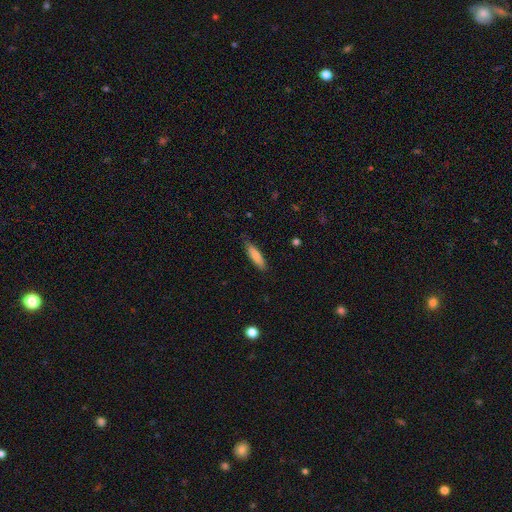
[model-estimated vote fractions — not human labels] Smooth or featured? smooth (81%)
How rounded? cigar-shaped (66%)
Merging? none (81%)